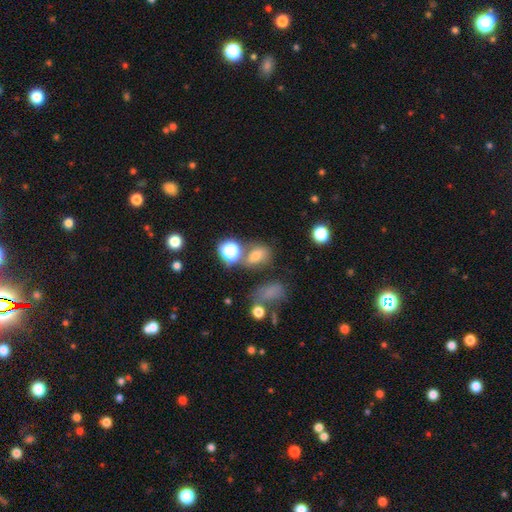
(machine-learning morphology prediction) smooth-or-featured: smooth: 65% | star or artifact: 22% | featured or disk: 13%
  how-rounded: in between: 66% | round: 32% | cigar-shaped: 3%
  merging: none: 58% | merger: 19% | minor disturbance: 15% | major disturbance: 8%